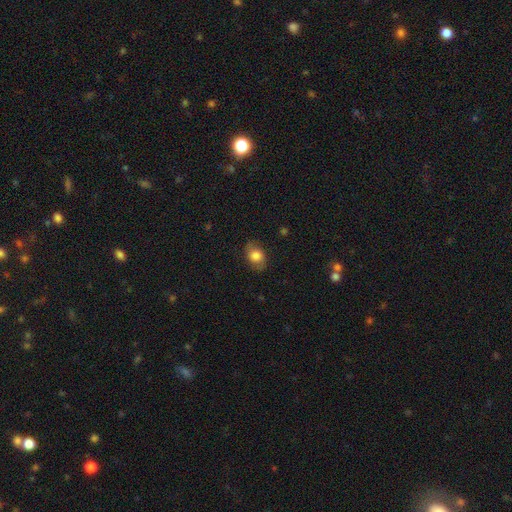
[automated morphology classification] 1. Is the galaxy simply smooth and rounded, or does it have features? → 72% smooth, 19% featured or disk, 8% star or artifact.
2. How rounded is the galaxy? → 69% in between, 30% round, 1% cigar-shaped.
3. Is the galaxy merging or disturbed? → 77% none, 16% minor disturbance, 6% major disturbance, 1% merger.